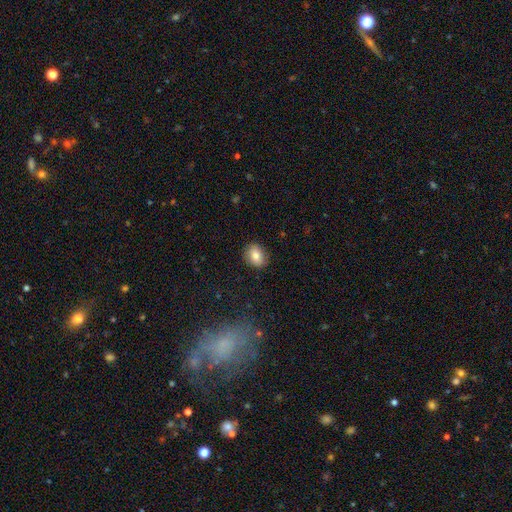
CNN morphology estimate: smooth-or-featured: smooth: 81% | featured or disk: 10% | star or artifact: 9%
  how-rounded: in between: 55% | round: 44% | cigar-shaped: 1%
  merging: none: 87% | minor disturbance: 10% | major disturbance: 2% | merger: 1%